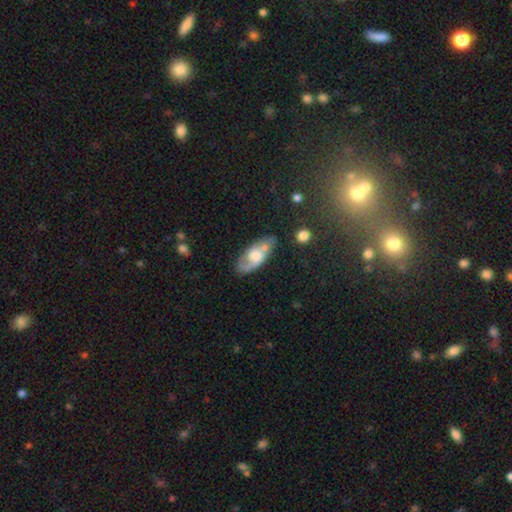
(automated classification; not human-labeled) Smooth or featured? featured or disk (56%)
Edge-on disk? no (88%)
Merging? none (56%)